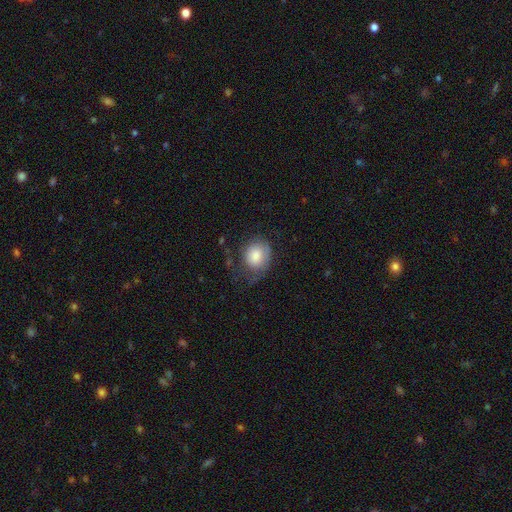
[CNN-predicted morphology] This is likely a smooth galaxy (78%). How rounded: possibly round (57%). Merging: possibly none (48%).